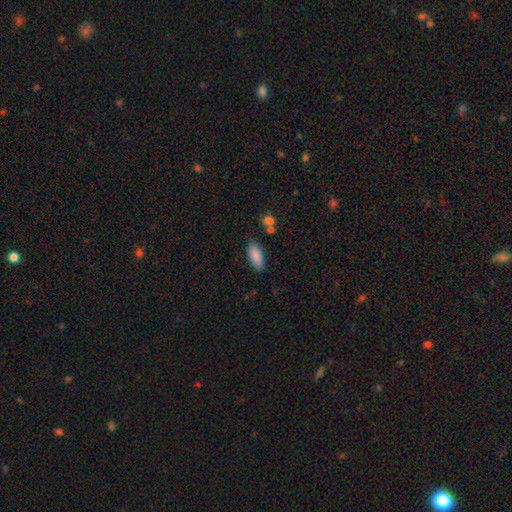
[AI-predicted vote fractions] Smooth or featured? smooth (88%)
How rounded? in between (85%)
Merging? none (80%)